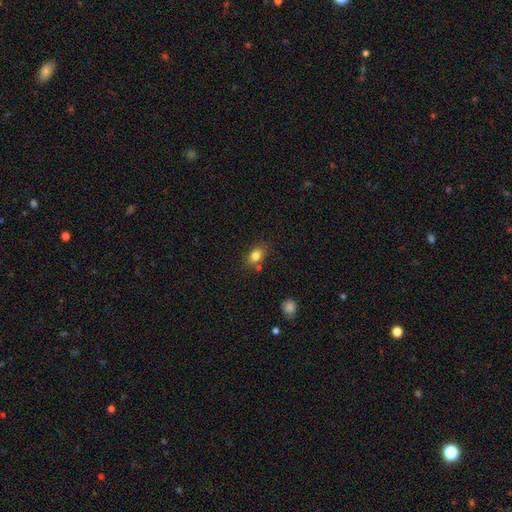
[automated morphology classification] The model was most divided on "how rounded": in between: 73%, round: 25%, cigar-shaped: 2%. More confident: smooth or featured — smooth (82%); merging — none (71%).